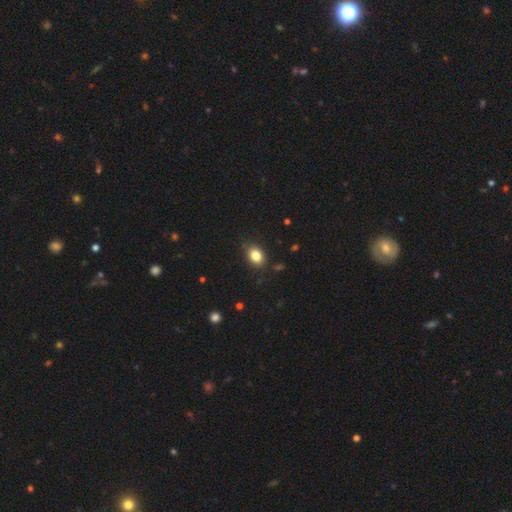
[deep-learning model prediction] Smooth or featured: smooth — 84% (star or artifact — 10%)
How rounded: in between — 71% (round — 28%)
Merging: none — 85% (minor disturbance — 12%)